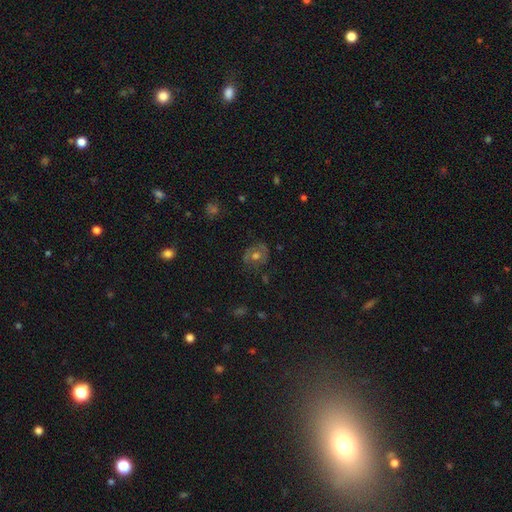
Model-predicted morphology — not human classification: featured or disk 54%, smooth 31%, star or artifact 15%. Down the decision tree: edge-on disk — no (96%); bar — no (78%); spiral arms — yes (65%); bulge size — moderate (72%); merging — none (72%).